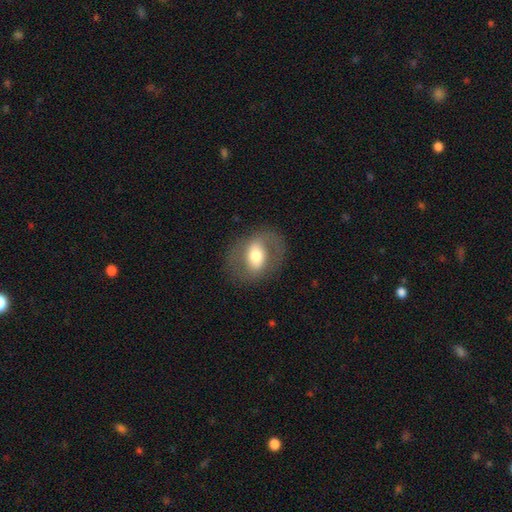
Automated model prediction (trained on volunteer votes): A featured or disk galaxy (52%). Merging: none (76%).